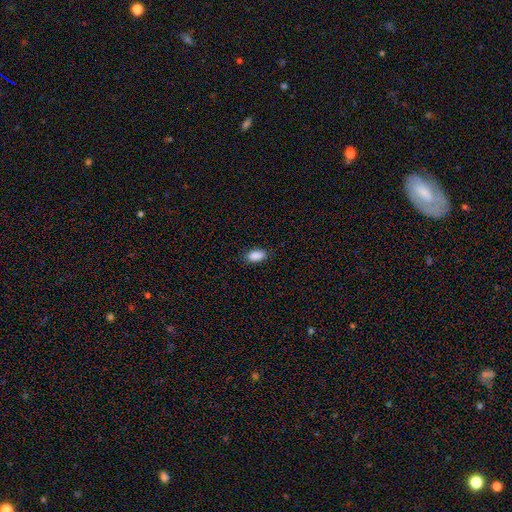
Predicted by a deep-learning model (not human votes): This appears to be a smooth galaxy with no disk features (89%) that is in between round and cigar-shaped (92%). Merging: none (84%).